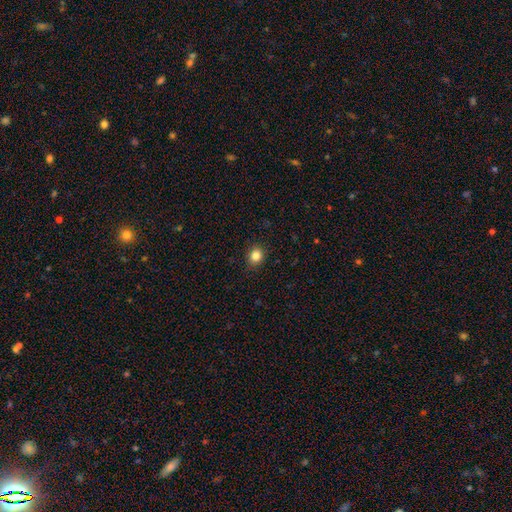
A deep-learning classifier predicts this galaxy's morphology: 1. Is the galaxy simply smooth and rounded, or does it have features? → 84% smooth, 11% star or artifact, 5% featured or disk.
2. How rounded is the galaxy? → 71% round, 28% in between, 1% cigar-shaped.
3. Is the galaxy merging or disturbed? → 90% none, 7% minor disturbance, 2% major disturbance, 1% merger.